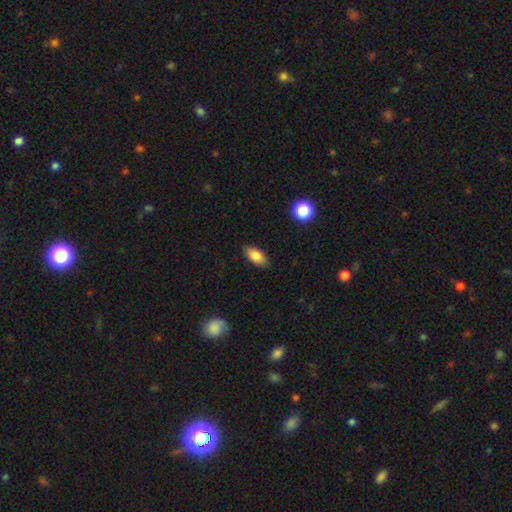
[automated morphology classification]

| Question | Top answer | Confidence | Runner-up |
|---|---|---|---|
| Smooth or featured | smooth | 84% | featured or disk (8%) |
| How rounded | in between | 91% | cigar-shaped (5%) |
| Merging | none | 85% | minor disturbance (11%) |